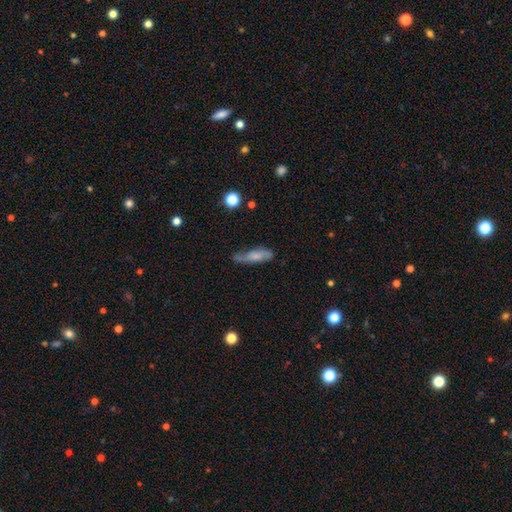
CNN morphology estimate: Smooth or featured: smooth — 66% (featured or disk — 26%)
How rounded: cigar-shaped — 55% (in between — 42%)
Merging: none — 55% (minor disturbance — 30%)